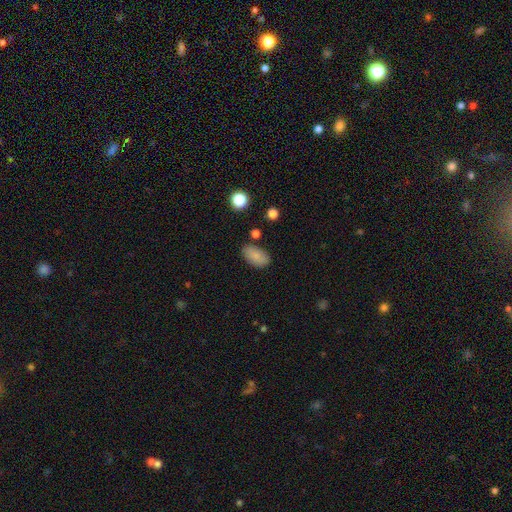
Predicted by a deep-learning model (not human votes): Smooth or featured? smooth (84%)
How rounded? in between (93%)
Merging? none (81%)